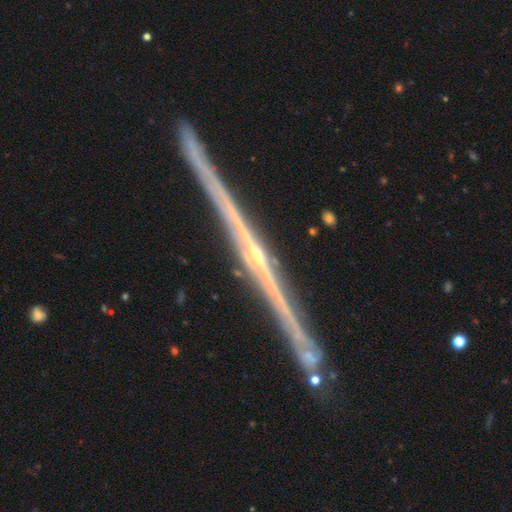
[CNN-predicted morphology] A featured or disk galaxy (88%) viewed edge-on (98%) with a rounded central bulge (58%).

Vote fractions:
- Smooth or featured? featured or disk: 88% / star or artifact: 6% / smooth: 5%
- Edge-on disk? yes: 98% / no: 2%
- Edge-on bulge? rounded: 58% / none: 32% / boxy: 10%
- Merging? none: 90% / minor disturbance: 6% / merger: 2% / major disturbance: 2%